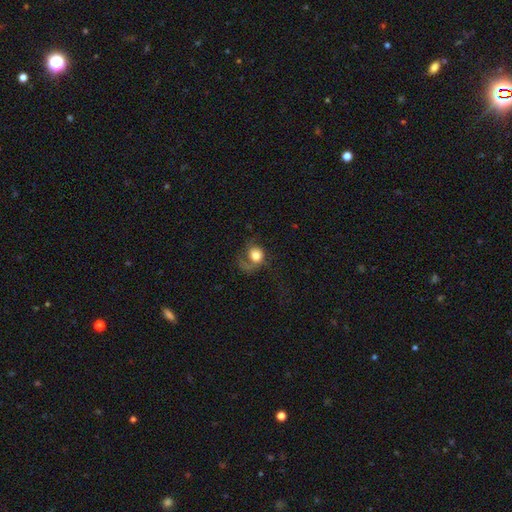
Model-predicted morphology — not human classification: The model was most divided on "merging": major disturbance: 44%, none: 34%, minor disturbance: 19%, merger: 3%. More confident: how rounded — round (72%); smooth or featured — smooth (61%).